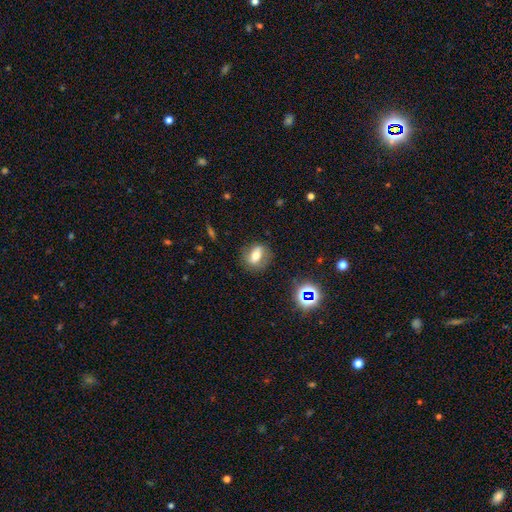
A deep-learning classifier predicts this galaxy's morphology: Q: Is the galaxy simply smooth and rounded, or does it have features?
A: smooth — 56%.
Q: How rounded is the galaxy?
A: in between — 58%.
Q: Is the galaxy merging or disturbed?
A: none — 78%.